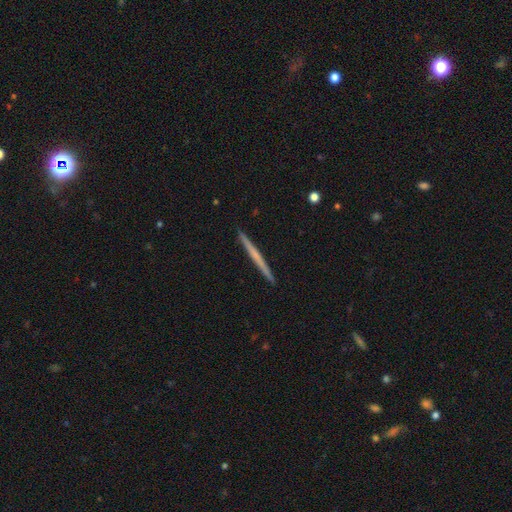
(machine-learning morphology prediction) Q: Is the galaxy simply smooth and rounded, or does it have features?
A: featured or disk — 51%.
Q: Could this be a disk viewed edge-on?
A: yes — 98%.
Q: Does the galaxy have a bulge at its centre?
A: none — 86%.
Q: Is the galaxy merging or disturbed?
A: none — 93%.